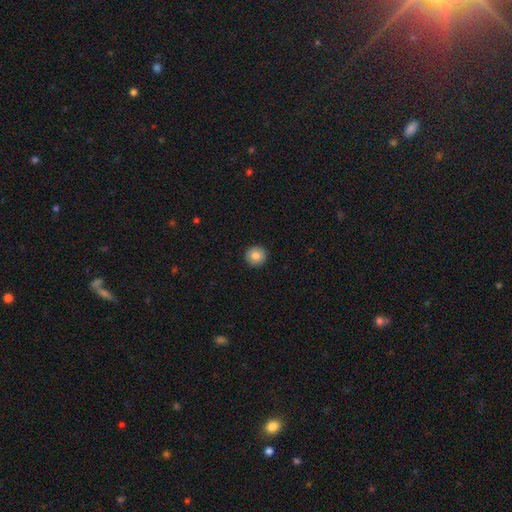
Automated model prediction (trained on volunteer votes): Smooth or featured: smooth — 84% (star or artifact — 8%)
How rounded: round — 95% (in between — 4%)
Merging: none — 93% (minor disturbance — 4%)